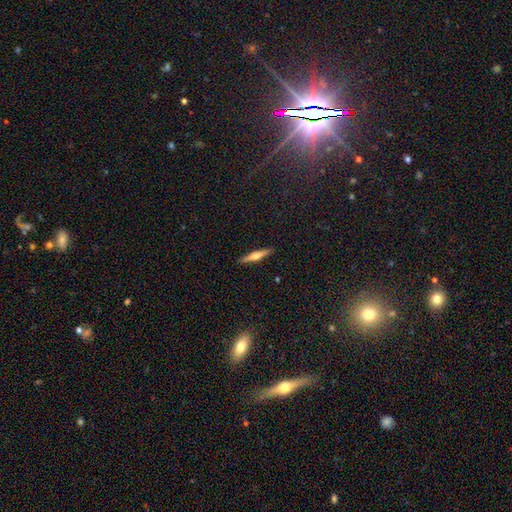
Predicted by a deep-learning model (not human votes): Smooth or featured? featured or disk (57%)
Edge-on disk? yes (97%)
Edge-on bulge? rounded (85%)
Merging? none (91%)